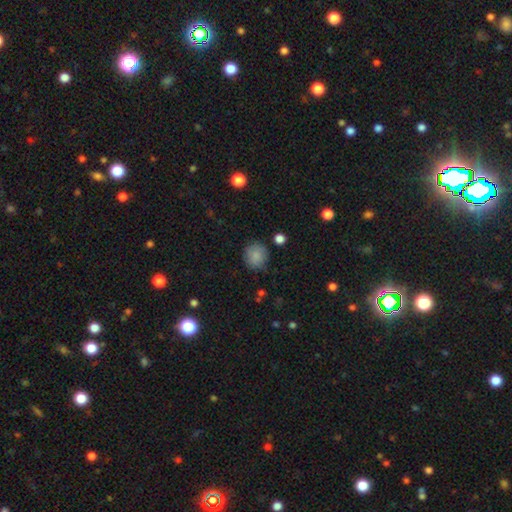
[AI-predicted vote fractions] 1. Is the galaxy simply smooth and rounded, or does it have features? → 86% smooth, 9% star or artifact, 6% featured or disk.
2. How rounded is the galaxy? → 87% round, 12% in between, 1% cigar-shaped.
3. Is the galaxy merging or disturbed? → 78% none, 16% minor disturbance, 4% major disturbance, 2% merger.